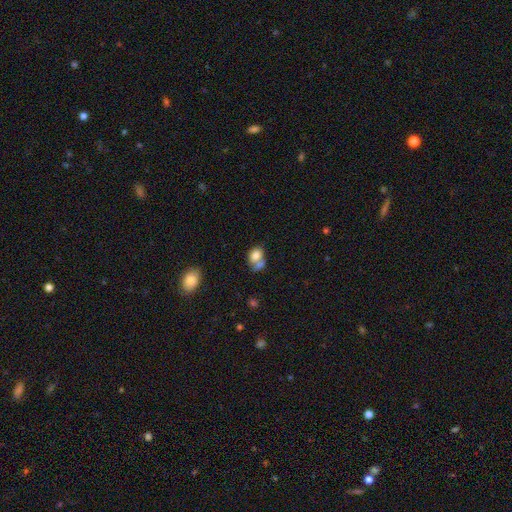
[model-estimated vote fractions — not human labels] smooth-or-featured: smooth: 77% | featured or disk: 14% | star or artifact: 9%
  how-rounded: in between: 69% | round: 30% | cigar-shaped: 1%
  merging: merger: 53% | none: 30% | minor disturbance: 11% | major disturbance: 6%